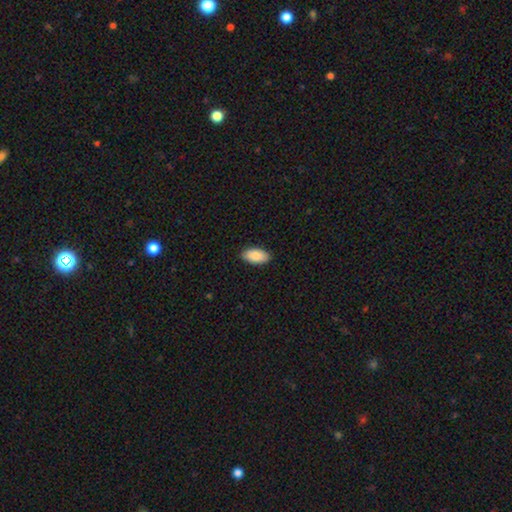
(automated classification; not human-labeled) smooth 90%, star or artifact 6%, featured or disk 5%. Down the decision tree: how rounded — in between (95%); merging — none (90%).